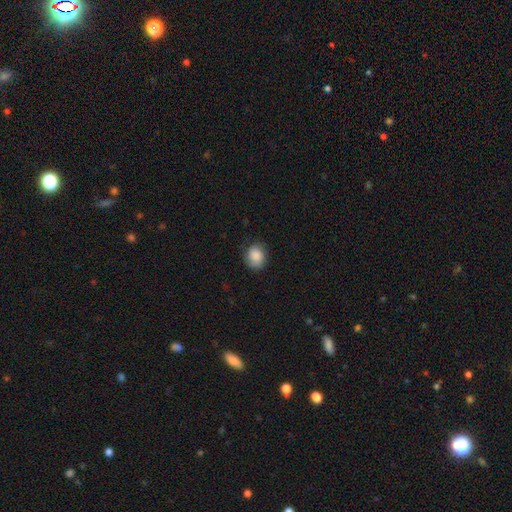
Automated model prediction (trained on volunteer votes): smooth_or_featured: smooth (p=0.83) [alt: featured or disk p=0.10]
how_rounded: round (p=0.56) [alt: in between p=0.43]
merging: none (p=0.76) [alt: minor disturbance p=0.19]